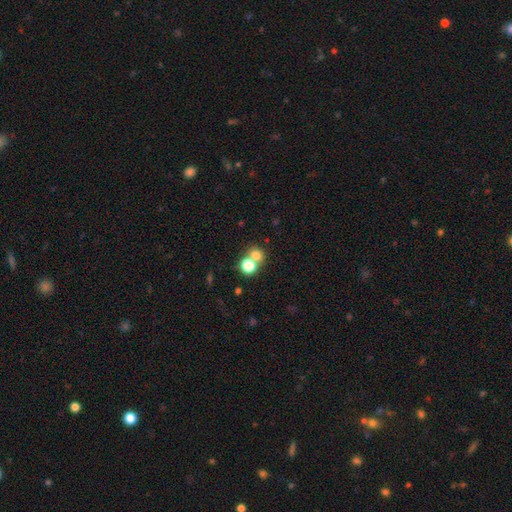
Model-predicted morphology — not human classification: A smooth galaxy with no disk features (73%) that is round (78%). Merging: none (46%).